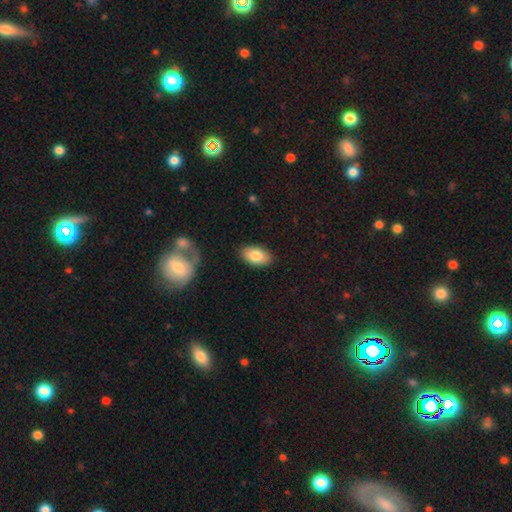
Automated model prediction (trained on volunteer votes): smooth_or_featured: smooth (p=0.82) [alt: featured or disk p=0.11]
how_rounded: in between (p=0.94) [alt: round p=0.05]
merging: none (p=0.87) [alt: minor disturbance p=0.09]